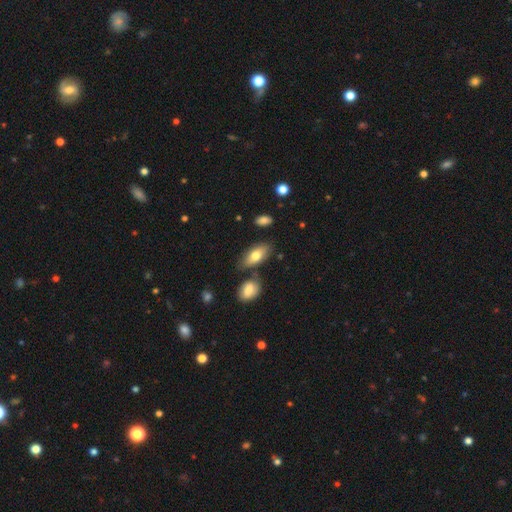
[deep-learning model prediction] Smooth or featured? Predicted: smooth (p=0.73). How rounded? Predicted: in between (p=0.87). Merging? Predicted: none (p=0.70).